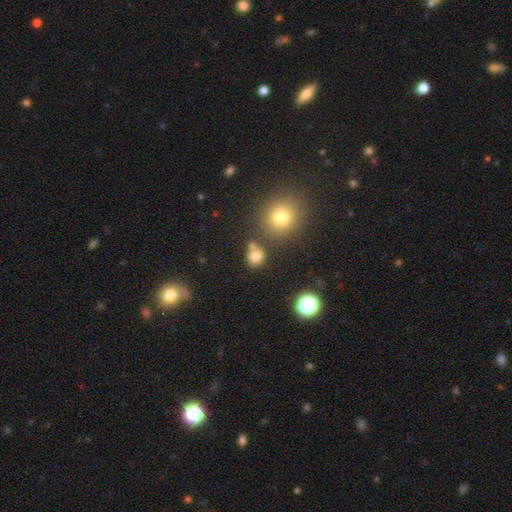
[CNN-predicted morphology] This is likely a smooth galaxy (77%). How rounded: likely round (79%). Merging: likely none (62%).